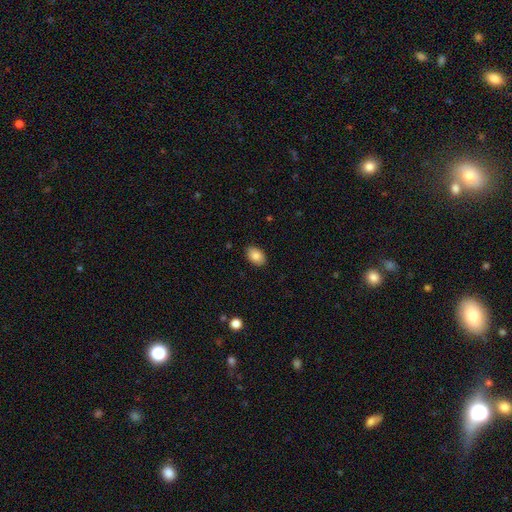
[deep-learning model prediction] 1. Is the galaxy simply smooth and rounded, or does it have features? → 86% smooth, 7% star or artifact, 6% featured or disk.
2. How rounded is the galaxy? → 87% in between, 12% round, 1% cigar-shaped.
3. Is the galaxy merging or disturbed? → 89% none, 8% minor disturbance, 2% major disturbance, 1% merger.